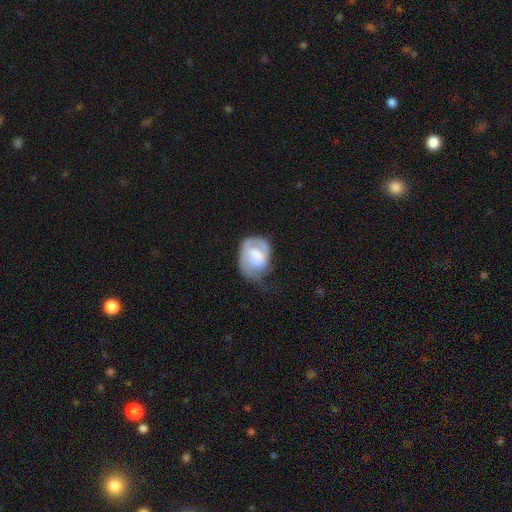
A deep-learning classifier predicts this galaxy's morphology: This appears to be a featured or disk galaxy (55%) with no bar (46%), spiral arms (69%) and a moderate central bulge (27%). Merging: major disturbance (33%, tied with minor disturbance).